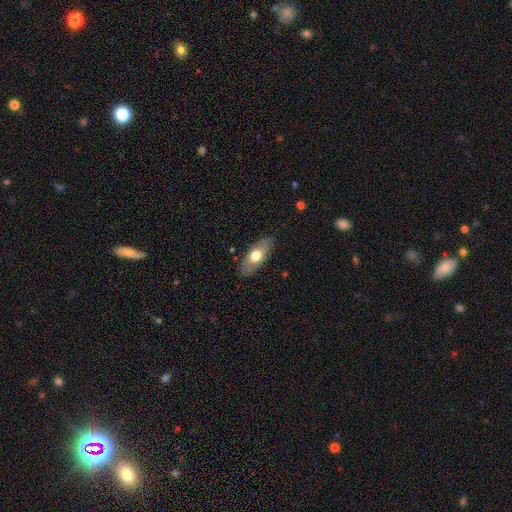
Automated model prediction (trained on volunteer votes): Smooth or featured? smooth (60%)
How rounded? in between (83%)
Merging? none (84%)